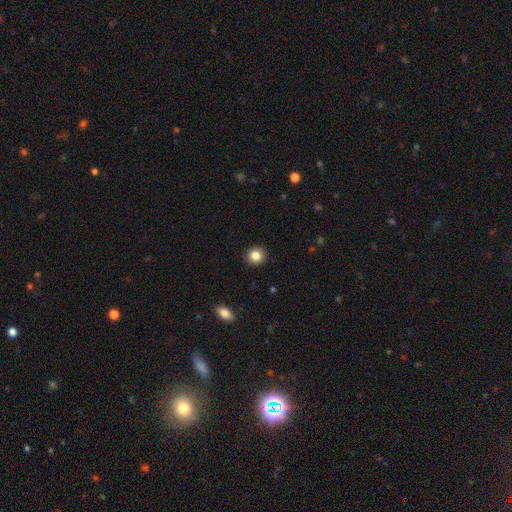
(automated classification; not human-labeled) smooth-or-featured: smooth: 85% | star or artifact: 10% | featured or disk: 5%
  how-rounded: round: 90% | in between: 9% | cigar-shaped: 1%
  merging: none: 92% | minor disturbance: 6% | major disturbance: 2% | merger: 1%